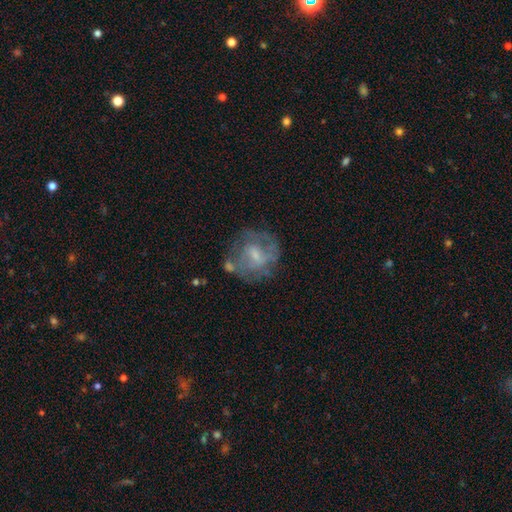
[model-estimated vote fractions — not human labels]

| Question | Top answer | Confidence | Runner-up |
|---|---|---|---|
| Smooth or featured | featured or disk | 61% | smooth (31%) |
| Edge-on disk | no | 97% | yes (3%) |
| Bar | weak | 46% | no (44%) |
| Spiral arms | yes | 53% | no (47%) |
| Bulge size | small | 51% | moderate (32%) |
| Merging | none | 56% | minor disturbance (21%) |